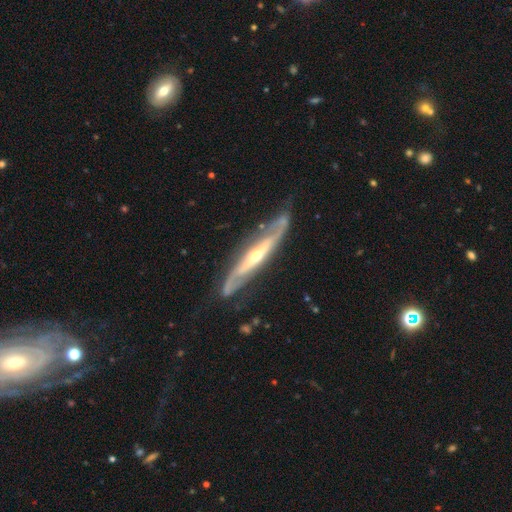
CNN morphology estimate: smooth_or_featured: featured or disk (p=0.87) [alt: smooth p=0.09]
disk_edge_on: no (p=0.56) [alt: yes p=0.44]
merging: none (p=0.70) [alt: minor disturbance p=0.21]